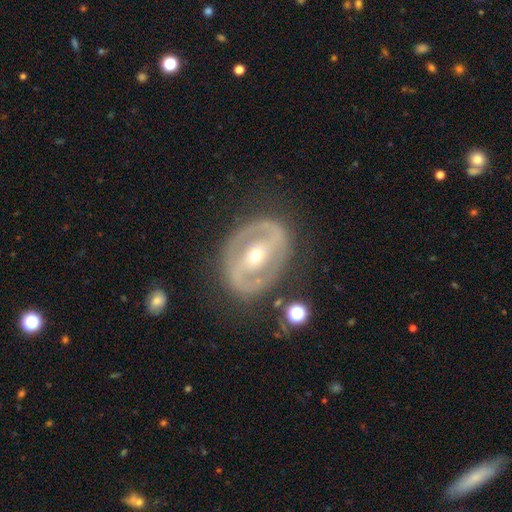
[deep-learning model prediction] Smooth or featured? Predicted: featured or disk (p=0.83). Edge-on disk? Predicted: no (p=0.95). Bar? Predicted: strong (p=0.57). Spiral arms? Predicted: yes (p=0.60). Bulge size? Predicted: small (p=0.52). Merging? Predicted: none (p=0.76).